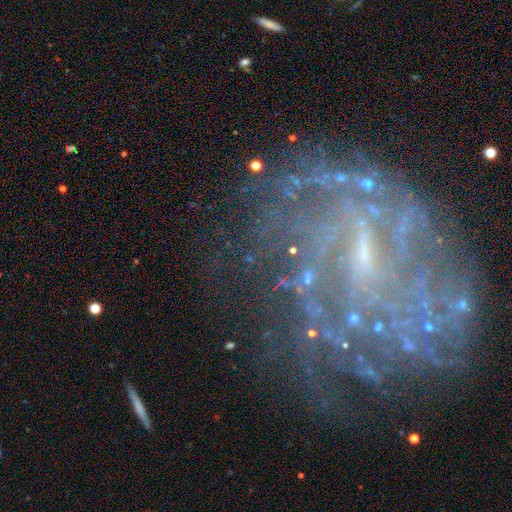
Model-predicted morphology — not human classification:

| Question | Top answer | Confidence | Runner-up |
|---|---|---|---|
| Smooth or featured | featured or disk | 78% | star or artifact (13%) |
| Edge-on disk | no | 97% | yes (3%) |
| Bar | weak | 52% | no (29%) |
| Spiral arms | yes | 75% | no (25%) |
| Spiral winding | tight | 44% | medium (34%) |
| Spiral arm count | can't tell | 54% | 2 (13%) |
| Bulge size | small | 60% | none (26%) |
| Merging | none | 59% | major disturbance (19%) |